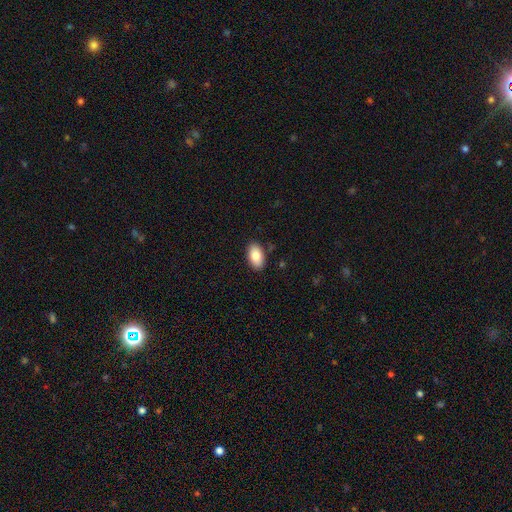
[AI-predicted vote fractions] The model was most divided on "merging": none: 87%, minor disturbance: 10%, major disturbance: 2%, merger: 1%. More confident: how rounded — in between (94%); smooth or featured — smooth (86%).